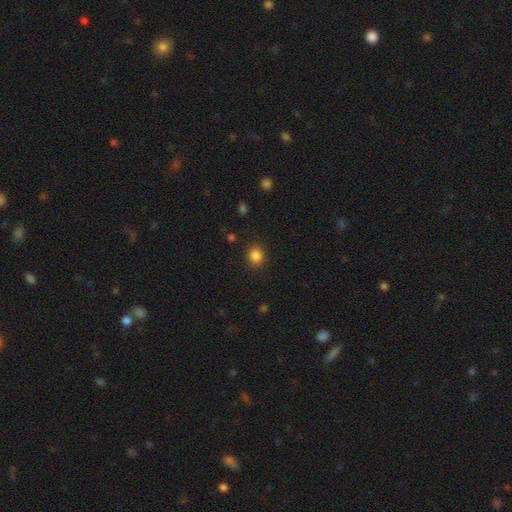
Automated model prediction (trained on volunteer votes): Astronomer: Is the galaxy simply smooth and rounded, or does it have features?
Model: smooth — 85%.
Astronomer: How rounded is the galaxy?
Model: round — 74%.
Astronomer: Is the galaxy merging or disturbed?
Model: none — 88%.